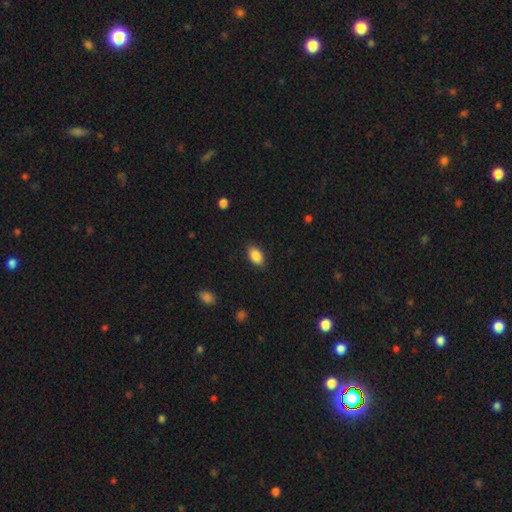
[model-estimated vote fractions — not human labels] This is clearly a smooth galaxy (88%). How rounded: clearly in between (91%). Merging: clearly none (85%).